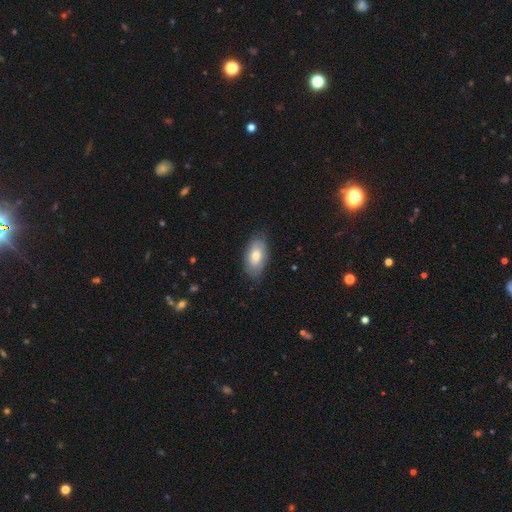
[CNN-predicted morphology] This appears to be a smooth galaxy with no disk features (74%) that is in between round and cigar-shaped (94%). Merging: none (78%).